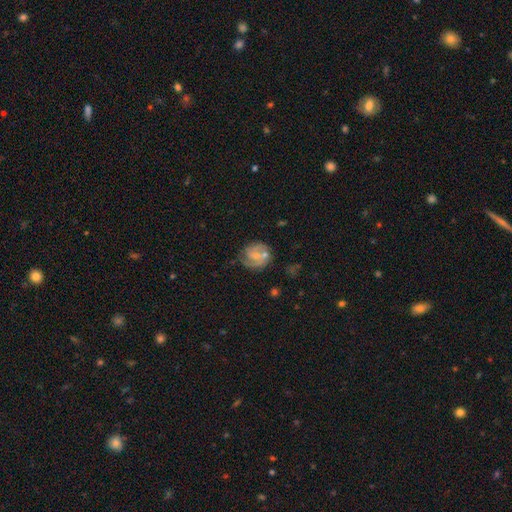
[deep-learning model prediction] Smooth or featured? featured or disk (69%)
Edge-on disk? no (98%)
Bar? no (52%)
Spiral arms? yes (88%)
Spiral winding? medium (45%)
Spiral arm count? 2 (64%)
Bulge size? small (55%)
Merging? none (57%)